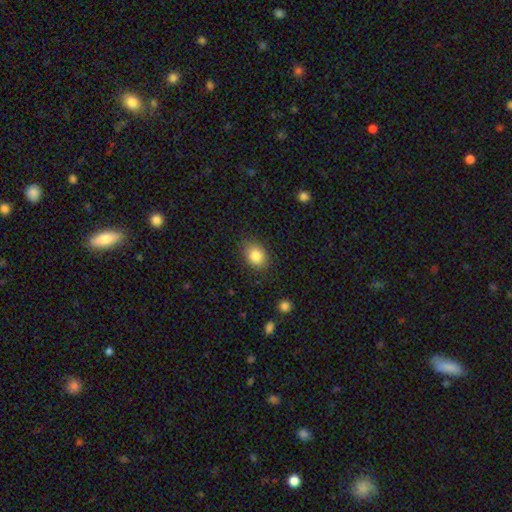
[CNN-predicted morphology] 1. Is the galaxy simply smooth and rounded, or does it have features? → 85% smooth, 9% star or artifact, 6% featured or disk.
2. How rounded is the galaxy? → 64% in between, 35% round, 1% cigar-shaped.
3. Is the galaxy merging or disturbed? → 83% none, 13% minor disturbance, 3% major disturbance, 1% merger.